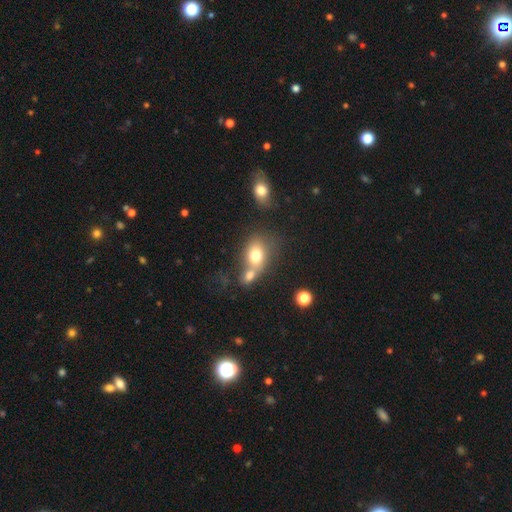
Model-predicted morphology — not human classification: smooth_or_featured: smooth (p=0.75) [alt: featured or disk p=0.15]
how_rounded: in between (p=0.63) [alt: round p=0.35]
merging: merger (p=0.53) [alt: none p=0.30]